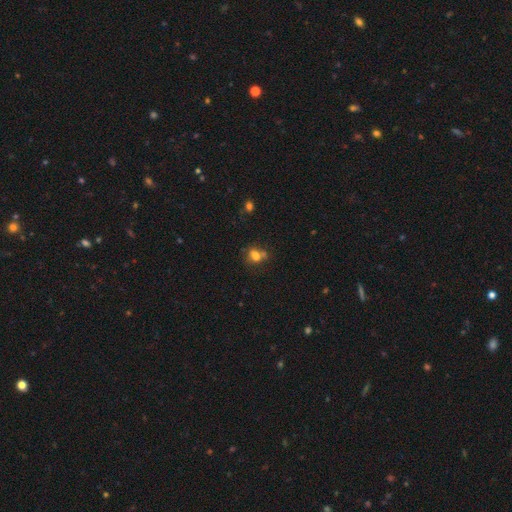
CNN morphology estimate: Q: Smooth or featured?
A: smooth (72%); runner-up: featured or disk (14%)
Q: How rounded?
A: in between (58%); runner-up: round (40%)
Q: Merging?
A: none (47%); runner-up: merger (26%)